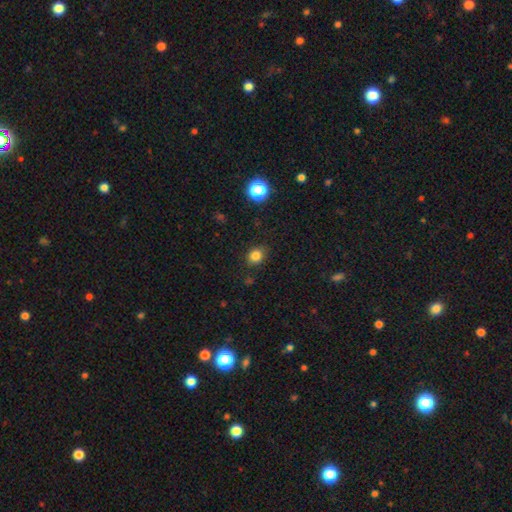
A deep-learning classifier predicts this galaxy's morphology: A smooth galaxy with no disk features (82%) that is round (67%).

Vote fractions:
- Smooth or featured? smooth: 82% / star or artifact: 13% / featured or disk: 5%
- How rounded? round: 67% / in between: 32% / cigar-shaped: 1%
- Merging? none: 85% / minor disturbance: 10% / major disturbance: 3% / merger: 1%